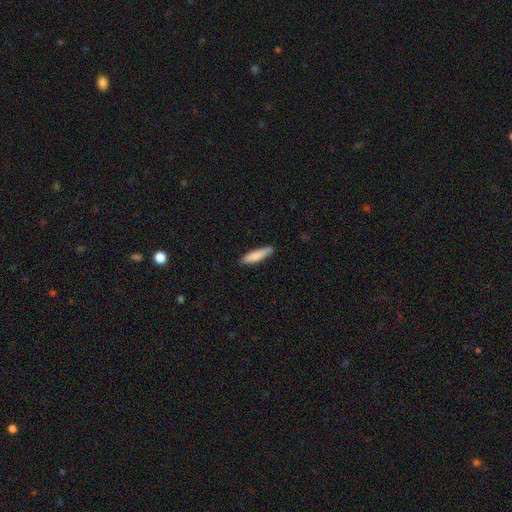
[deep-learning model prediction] Smooth or featured? Predicted: smooth (p=0.84). How rounded? Predicted: cigar-shaped (p=0.79). Merging? Predicted: none (p=0.84).